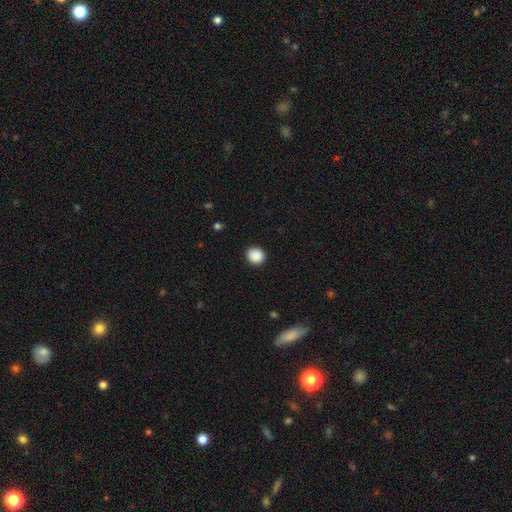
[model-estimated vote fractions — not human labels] smooth 89%, star or artifact 9%, featured or disk 2%. Down the decision tree: how rounded — round (85%); merging — none (91%).